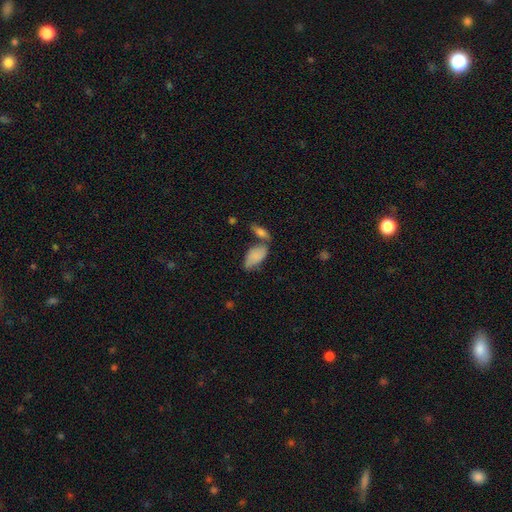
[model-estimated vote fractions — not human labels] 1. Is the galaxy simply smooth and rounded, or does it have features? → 79% smooth, 14% featured or disk, 7% star or artifact.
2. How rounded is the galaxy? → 93% in between, 4% cigar-shaped, 3% round.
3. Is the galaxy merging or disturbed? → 41% none, 29% merger, 22% minor disturbance, 8% major disturbance.